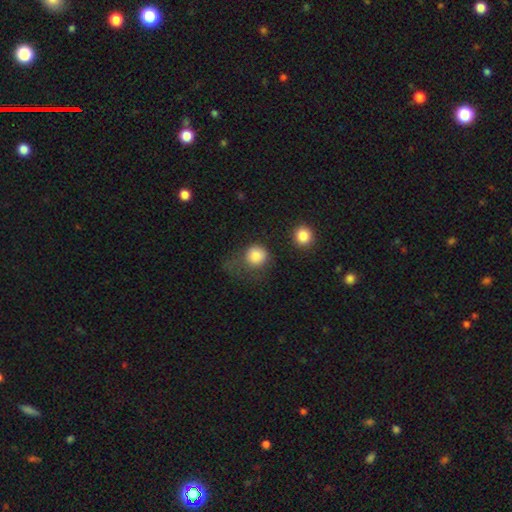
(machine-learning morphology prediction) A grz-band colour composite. It shows a smooth galaxy with no disk features (84%) that is round (86%). Merging: none (49%).